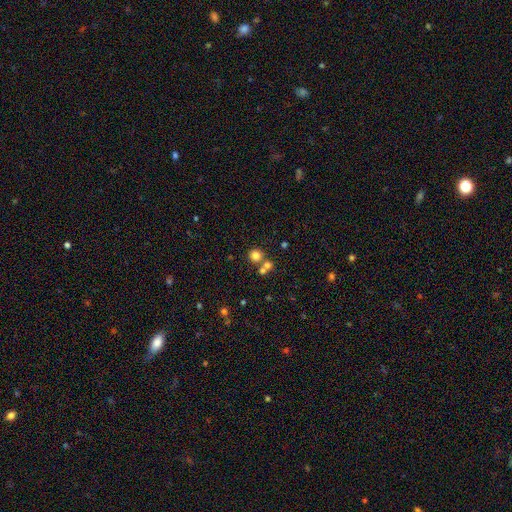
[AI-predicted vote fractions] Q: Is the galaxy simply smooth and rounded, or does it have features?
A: smooth — 77%.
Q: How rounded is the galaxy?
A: round — 90%.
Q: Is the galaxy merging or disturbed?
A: none — 61%.